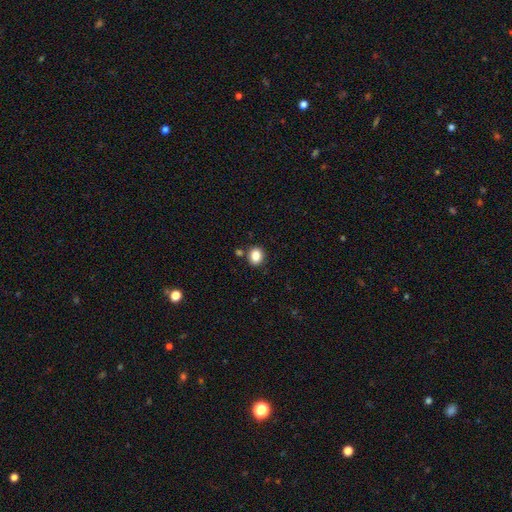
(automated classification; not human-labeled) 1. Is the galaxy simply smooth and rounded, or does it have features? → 85% smooth, 10% star or artifact, 5% featured or disk.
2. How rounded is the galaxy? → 56% round, 43% in between, 1% cigar-shaped.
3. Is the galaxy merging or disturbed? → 83% none, 9% minor disturbance, 6% merger, 2% major disturbance.